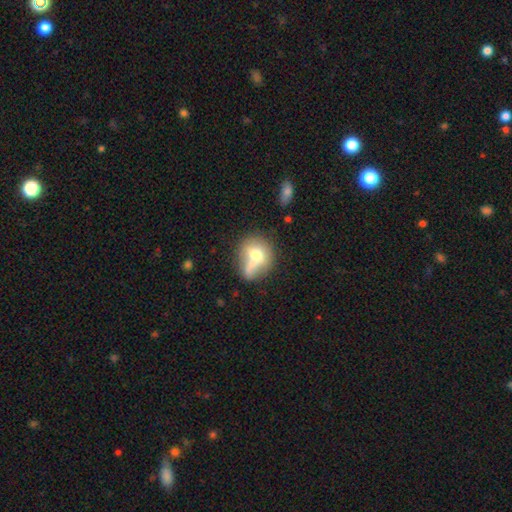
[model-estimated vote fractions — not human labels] Overall: smooth (63%; featured or disk 27%). How rounded: round (65%; in between 32%). Merging: none (37%; merger 31%).